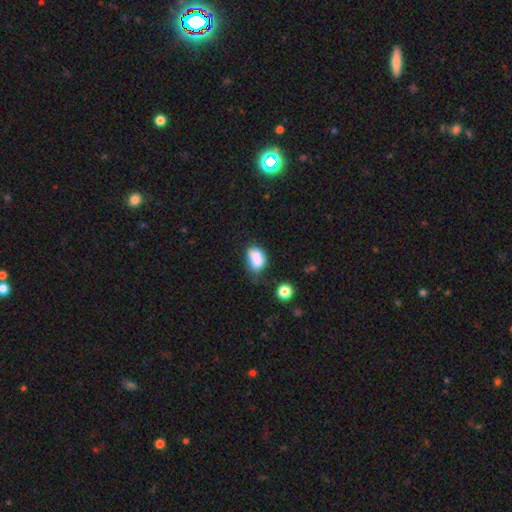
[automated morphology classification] A smooth galaxy with no disk features (82%) that is in between round and cigar-shaped (84%).

Vote fractions:
- Smooth or featured? smooth: 82% / star or artifact: 10% / featured or disk: 9%
- How rounded? in between: 84% / round: 15% / cigar-shaped: 2%
- Merging? none: 43% / minor disturbance: 34% / major disturbance: 12% / merger: 11%